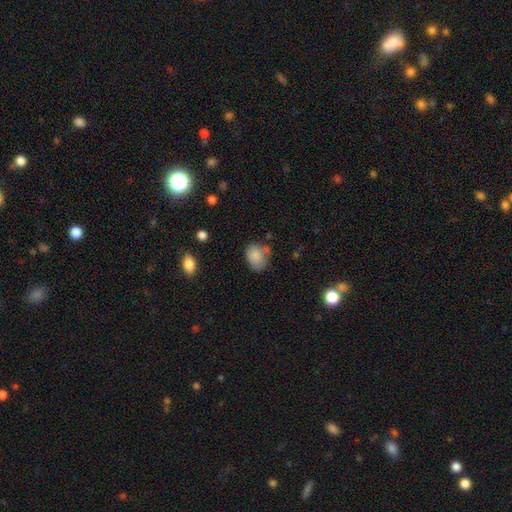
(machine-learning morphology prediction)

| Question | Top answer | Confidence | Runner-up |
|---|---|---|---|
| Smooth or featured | smooth | 83% | featured or disk (8%) |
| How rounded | in between | 63% | round (36%) |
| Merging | none | 56% | minor disturbance (28%) |